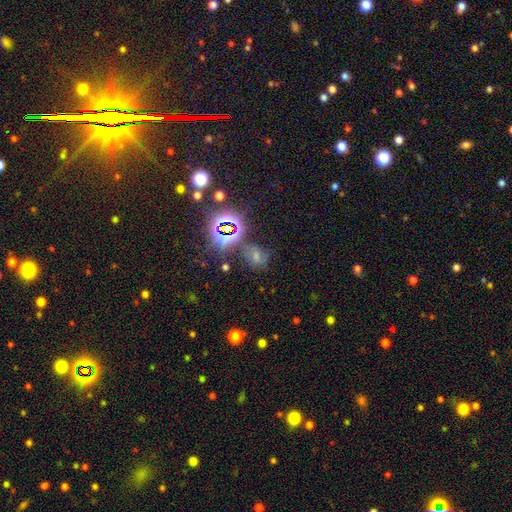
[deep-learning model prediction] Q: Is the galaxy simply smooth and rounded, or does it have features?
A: star or artifact — 42%, tied with smooth.